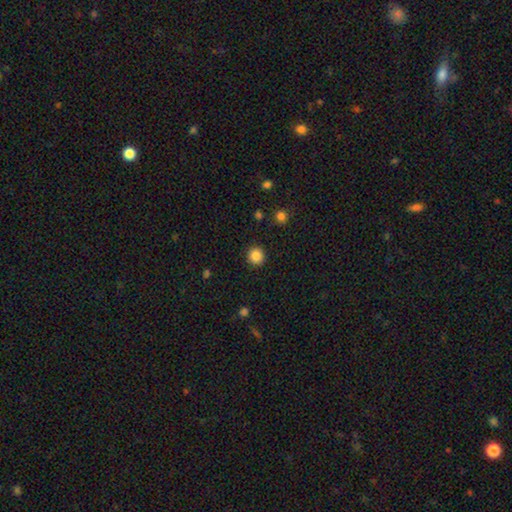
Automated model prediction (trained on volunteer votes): Morphology: type=smooth (86%); roundness=round (93%); merging=none (91%).